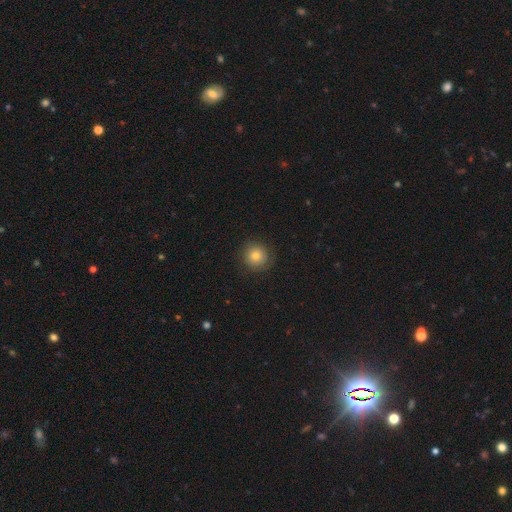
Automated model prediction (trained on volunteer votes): Smooth or featured: smooth — 76% (featured or disk — 12%)
How rounded: round — 94% (in between — 5%)
Merging: none — 85% (minor disturbance — 10%)